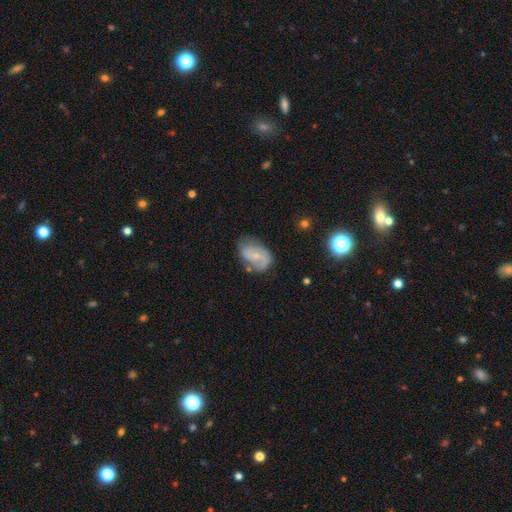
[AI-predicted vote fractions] Smooth or featured: featured or disk — 60% (smooth — 32%)
Edge-on disk: no — 97% (yes — 3%)
Bar: no — 49% (weak — 41%)
Spiral arms: yes — 83% (no — 17%)
Bulge size: small — 64% (moderate — 21%)
Merging: none — 56% (minor disturbance — 28%)